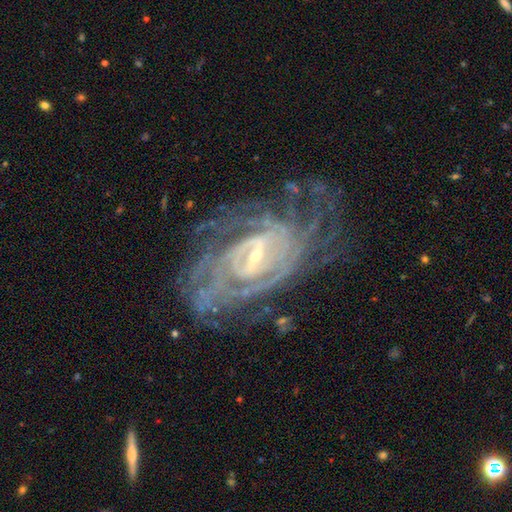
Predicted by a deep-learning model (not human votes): smooth_or_featured: featured or disk (p=0.89) [alt: star or artifact p=0.07]
disk_edge_on: no (p=0.96) [alt: yes p=0.04]
bar: weak (p=0.47) [alt: strong p=0.37]
has_spiral_arms: yes (p=0.96) [alt: no p=0.04]
spiral_winding: tight (p=0.72) [alt: medium p=0.23]
spiral_arm_count: can't tell (p=0.34) [alt: 4 p=0.18]
bulge_size: small (p=0.72) [alt: moderate p=0.22]
merging: none (p=0.67) [alt: minor disturbance p=0.19]